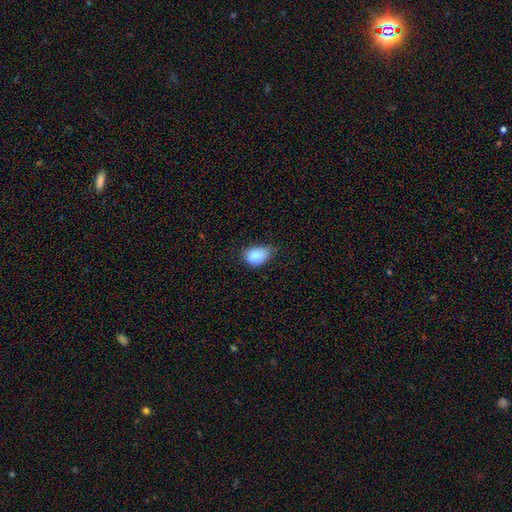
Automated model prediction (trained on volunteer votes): Smooth or featured: smooth — 87% (star or artifact — 8%)
How rounded: in between — 81% (round — 18%)
Merging: none — 49% (minor disturbance — 41%)